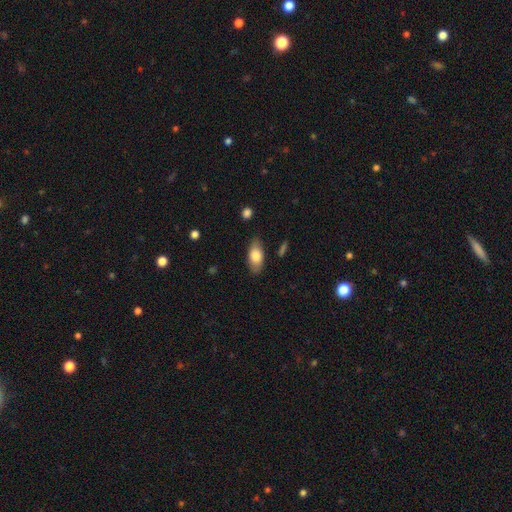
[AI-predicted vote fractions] This is likely a smooth galaxy (78%). How rounded: clearly in between (89%). Merging: clearly none (81%).